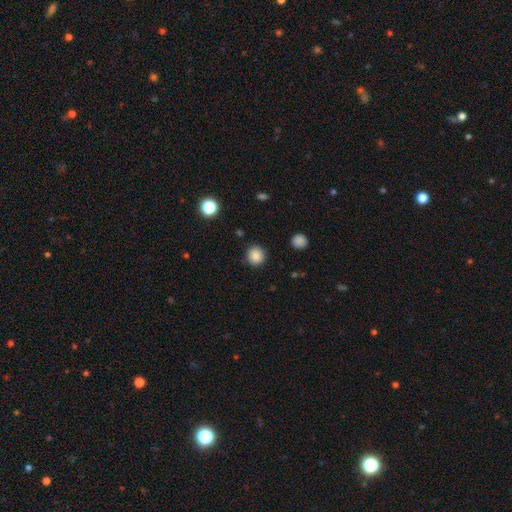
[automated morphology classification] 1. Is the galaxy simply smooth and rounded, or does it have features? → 86% smooth, 10% star or artifact, 4% featured or disk.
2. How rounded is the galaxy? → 92% round, 7% in between, 1% cigar-shaped.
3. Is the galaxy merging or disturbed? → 90% none, 7% minor disturbance, 2% major disturbance, 1% merger.